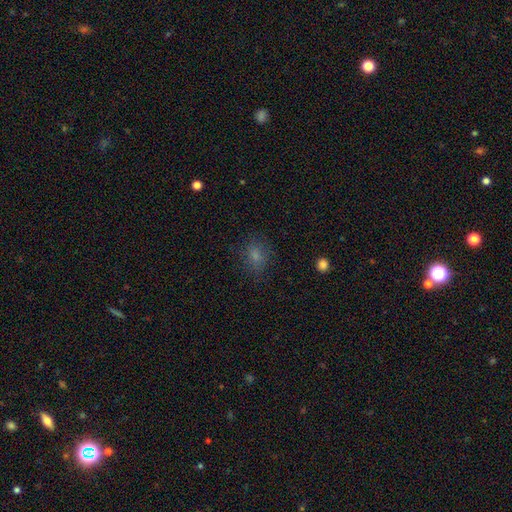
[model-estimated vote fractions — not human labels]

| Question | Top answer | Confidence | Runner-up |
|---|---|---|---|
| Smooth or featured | smooth | 77% | star or artifact (15%) |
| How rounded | in between | 50% | round (48%) |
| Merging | none | 78% | minor disturbance (15%) |